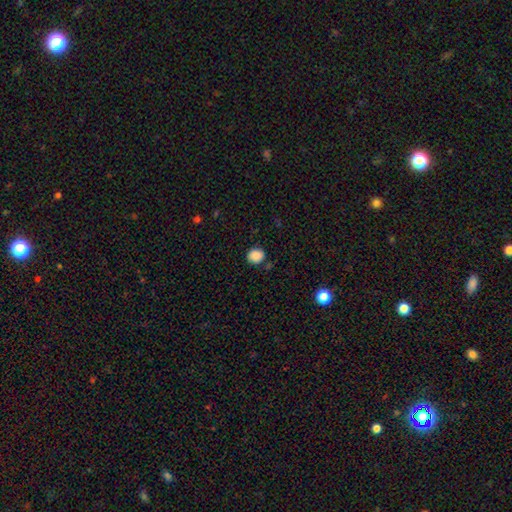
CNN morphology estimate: Smooth or featured: smooth — 87% (star or artifact — 10%)
How rounded: round — 76% (in between — 24%)
Merging: none — 82% (minor disturbance — 12%)